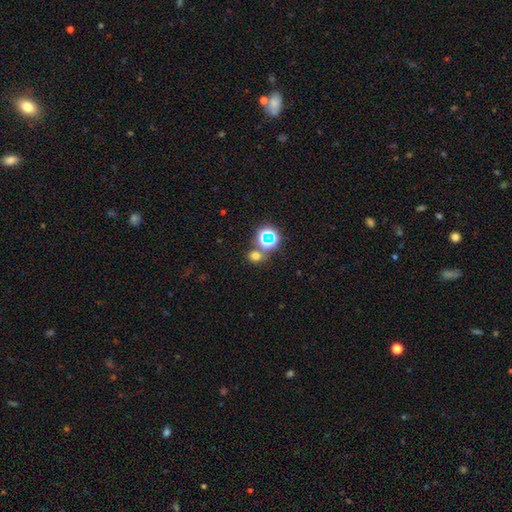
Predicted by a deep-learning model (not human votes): The model was most divided on "smooth or featured": smooth: 61%, star or artifact: 32%, featured or disk: 7%. More confident: how rounded — round (72%); merging — none (69%).